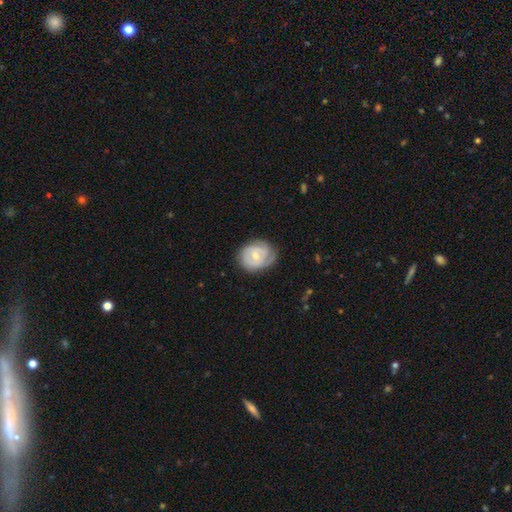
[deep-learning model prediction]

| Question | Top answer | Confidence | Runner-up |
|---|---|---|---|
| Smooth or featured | featured or disk | 68% | smooth (26%) |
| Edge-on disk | no | 98% | yes (2%) |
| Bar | no | 54% | weak (39%) |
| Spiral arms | yes | 87% | no (13%) |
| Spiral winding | tight | 64% | medium (28%) |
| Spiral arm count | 2 | 37% | can't tell (32%) |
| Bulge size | small | 50% | moderate (45%) |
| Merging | none | 62% | minor disturbance (27%) |